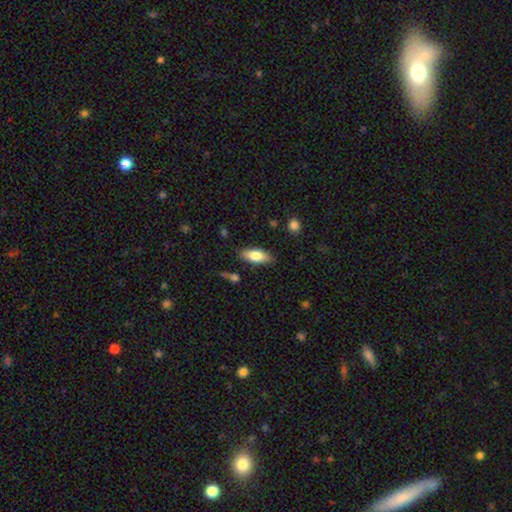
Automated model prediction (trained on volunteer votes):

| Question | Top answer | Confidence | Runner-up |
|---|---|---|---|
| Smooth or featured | smooth | 75% | featured or disk (18%) |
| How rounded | in between | 77% | cigar-shaped (20%) |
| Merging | none | 83% | minor disturbance (12%) |